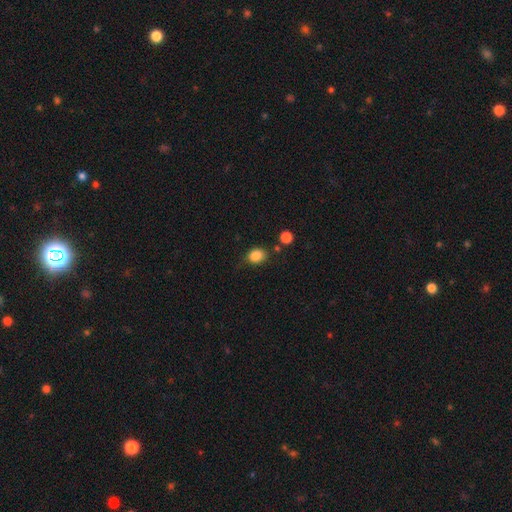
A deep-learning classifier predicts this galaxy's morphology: Smooth or featured? Predicted: smooth (p=0.85). How rounded? Predicted: round (p=0.54). Merging? Predicted: none (p=0.65).